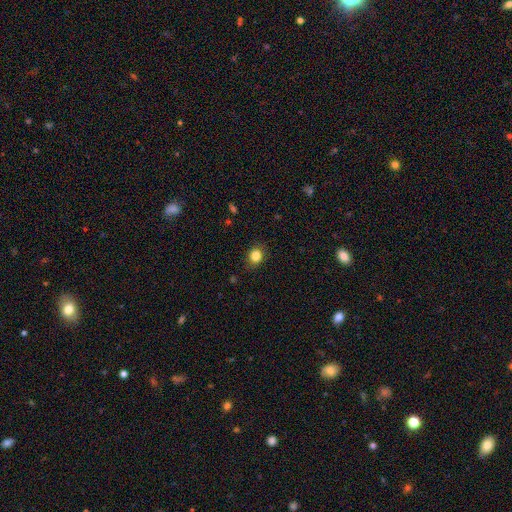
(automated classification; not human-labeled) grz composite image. It shows a smooth galaxy with no disk features (84%) that is round (65%). Merging: none (85%).